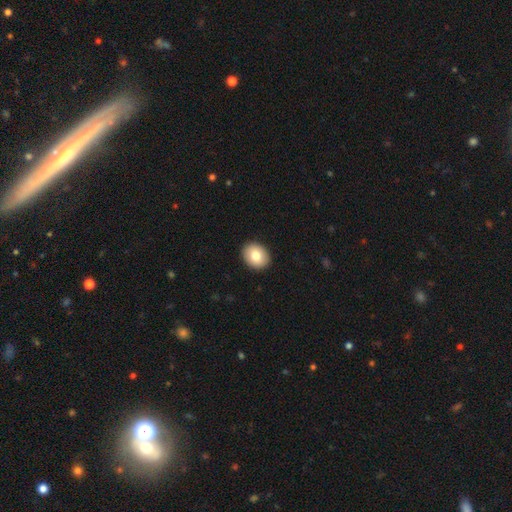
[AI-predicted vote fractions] A smooth galaxy with no disk features (80%) that is round (51%). Merging: none (92%).